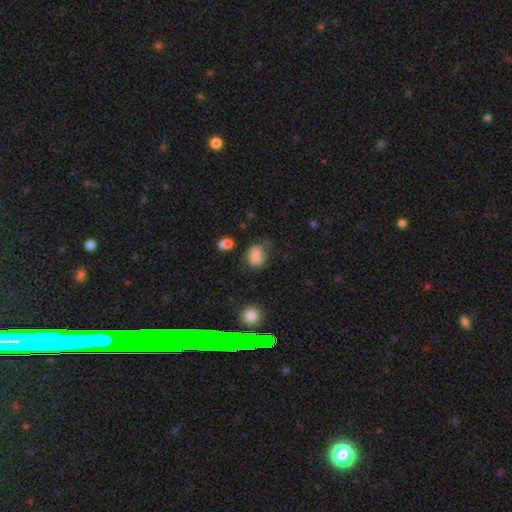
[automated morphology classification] The model was most divided on "how rounded": in between: 51%, round: 48%, cigar-shaped: 1%. More confident: smooth or featured — smooth (68%); merging — none (56%).